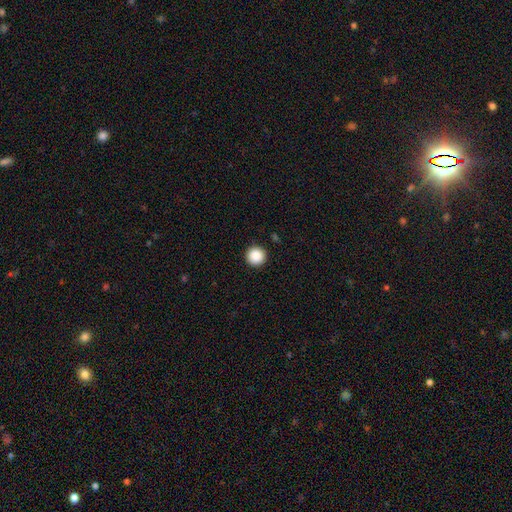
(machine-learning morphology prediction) Smooth or featured? smooth (89%)
How rounded? round (96%)
Merging? none (93%)